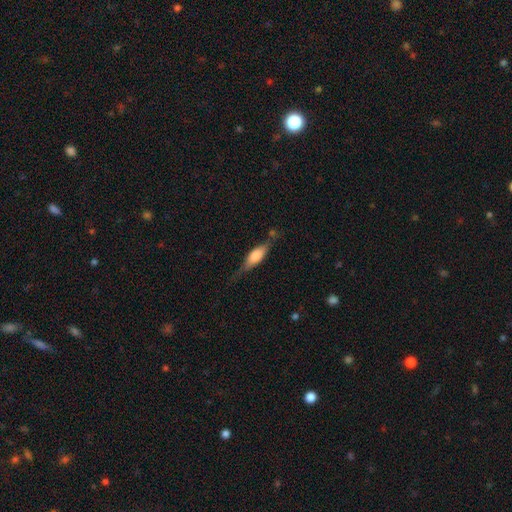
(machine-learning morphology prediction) smooth_or_featured: smooth (p=0.55) [alt: featured or disk p=0.39]
how_rounded: in between (p=0.52) [alt: cigar-shaped p=0.45]
merging: none (p=0.62) [alt: minor disturbance p=0.25]